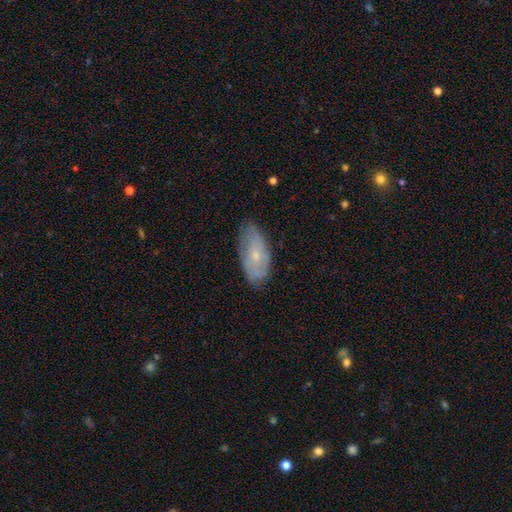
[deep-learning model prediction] Smooth or featured? Predicted: smooth (p=0.53). How rounded? Predicted: in between (p=0.88). Merging? Predicted: none (p=0.73).